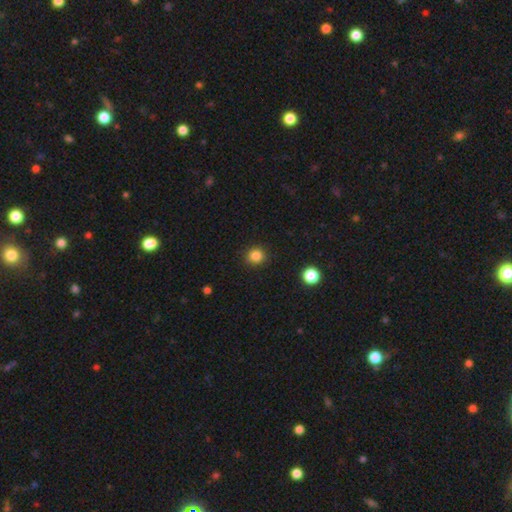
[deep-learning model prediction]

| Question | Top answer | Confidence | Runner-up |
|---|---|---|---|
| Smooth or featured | smooth | 84% | star or artifact (12%) |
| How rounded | round | 91% | in between (8%) |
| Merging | none | 90% | minor disturbance (7%) |